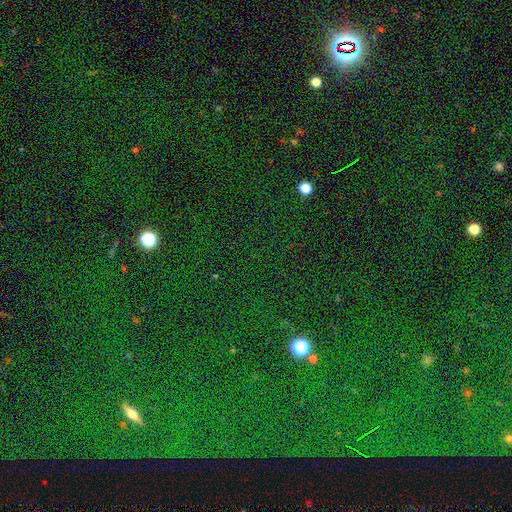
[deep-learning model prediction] This is clearly a star or artifact rather than a galaxy (82%).